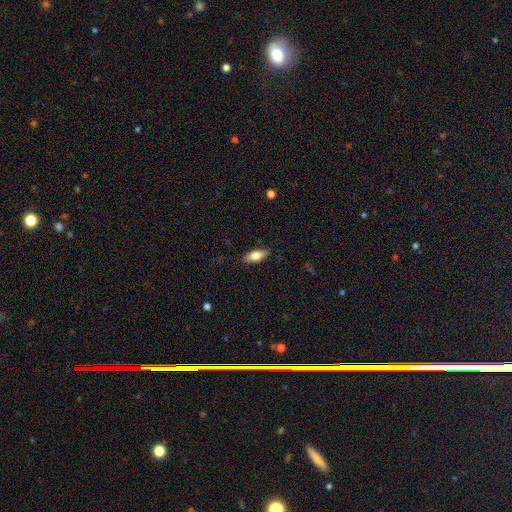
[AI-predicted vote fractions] Overall: smooth (68%). How rounded: in between (70%). Merging: none (88%).